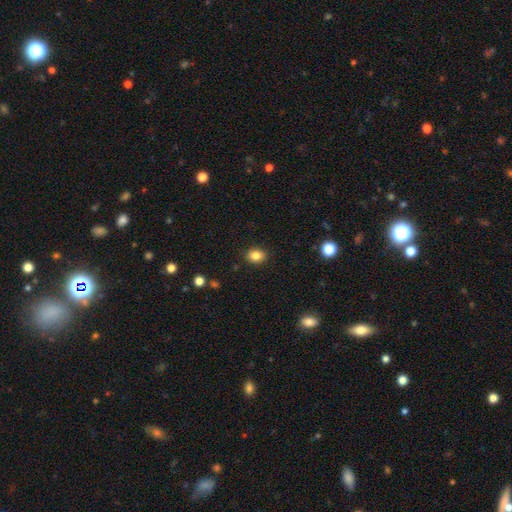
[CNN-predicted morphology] A smooth galaxy with no disk features (84%) that is in between round and cigar-shaped (54%).

Vote fractions:
- Smooth or featured? smooth: 84% / star or artifact: 10% / featured or disk: 6%
- How rounded? in between: 54% / round: 45% / cigar-shaped: 1%
- Merging? none: 88% / minor disturbance: 8% / major disturbance: 2% / merger: 1%